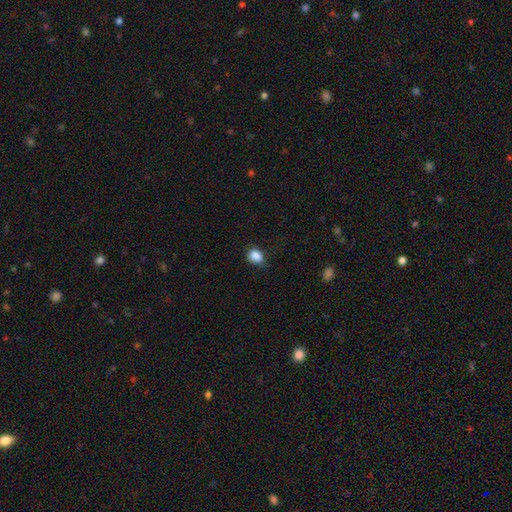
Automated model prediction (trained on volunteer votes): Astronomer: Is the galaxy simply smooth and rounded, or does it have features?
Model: smooth — 87%.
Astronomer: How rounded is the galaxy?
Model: in between — 55% (runner-up: round, 44%).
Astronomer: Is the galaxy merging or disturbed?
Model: none — 68%.